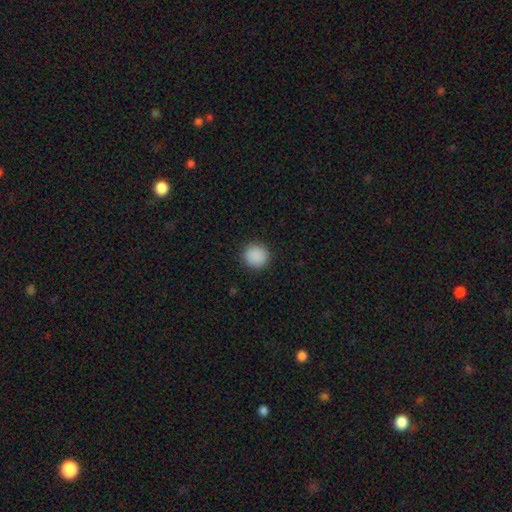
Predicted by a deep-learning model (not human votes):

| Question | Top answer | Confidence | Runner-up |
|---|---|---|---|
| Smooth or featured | smooth | 89% | star or artifact (8%) |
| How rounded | round | 93% | in between (6%) |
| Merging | none | 91% | minor disturbance (6%) |